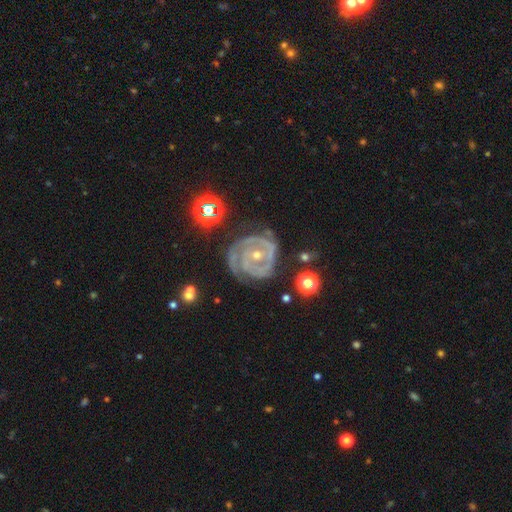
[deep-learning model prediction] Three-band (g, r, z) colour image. It shows a featured or disk galaxy (90%) with no bar (64%), 2 (42%) tight (76%) spiral arms (97%) and a small central bulge (63%). Merging: none (65%).